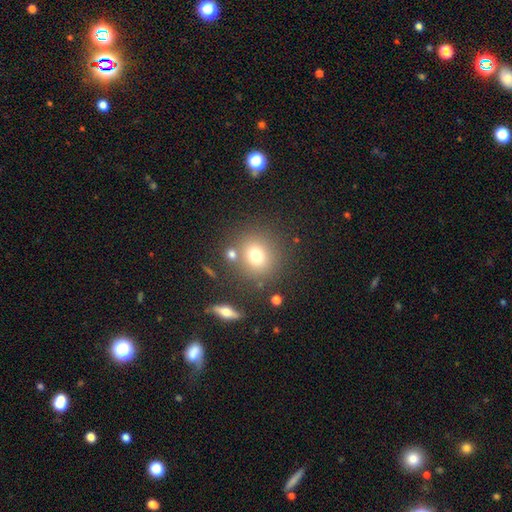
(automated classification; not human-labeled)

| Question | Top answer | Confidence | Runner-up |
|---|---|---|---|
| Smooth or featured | smooth | 72% | star or artifact (15%) |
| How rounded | round | 86% | in between (13%) |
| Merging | none | 75% | merger (11%) |